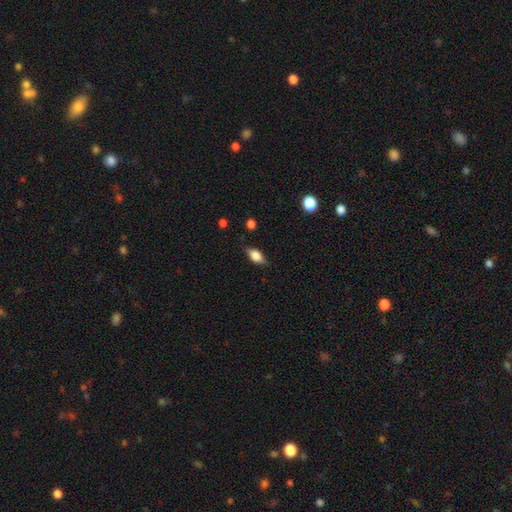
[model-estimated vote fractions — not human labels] This appears to be a smooth galaxy with no disk features (75%) that is in between round and cigar-shaped (84%). Merging: none (77%).